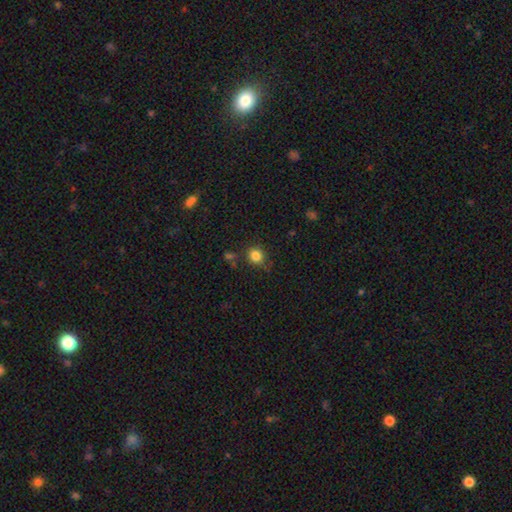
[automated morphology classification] smooth-or-featured: smooth: 83% | star or artifact: 12% | featured or disk: 5%
  how-rounded: round: 78% | in between: 21% | cigar-shaped: 1%
  merging: none: 77% | minor disturbance: 15% | merger: 4% | major disturbance: 4%